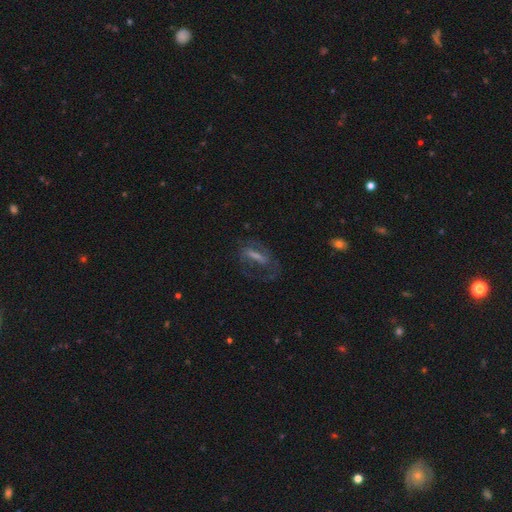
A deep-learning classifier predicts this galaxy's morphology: Overall: featured or disk (53%; smooth 28%). Edge-on disk: no (78%). Merging: none (51%; major disturbance 29%).